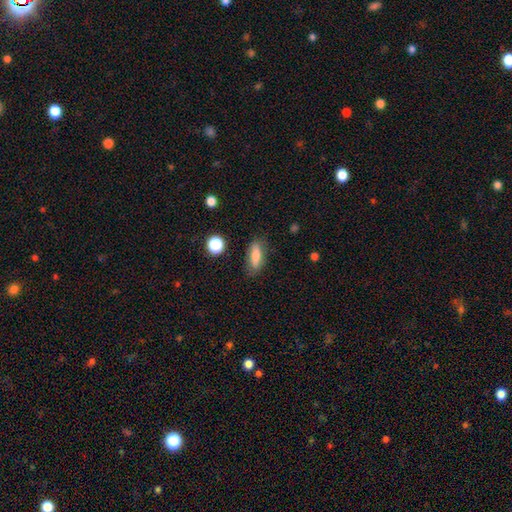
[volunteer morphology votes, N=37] Smooth or featured: smooth — 76% (featured or disk — 22%)
How rounded: cigar-shaped — 61% (in between — 32%)
Merging: none — 81% (minor disturbance — 11%)